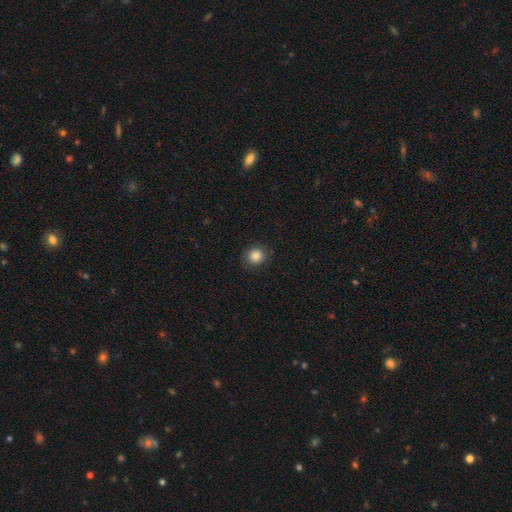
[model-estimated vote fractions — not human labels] This appears to be a smooth galaxy with no disk features (84%) that is round (87%). Merging: none (88%).